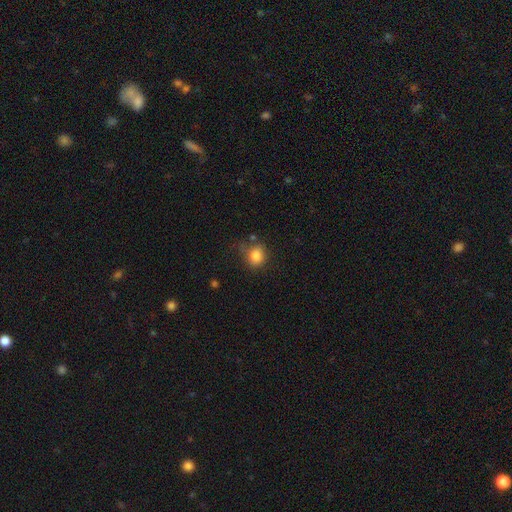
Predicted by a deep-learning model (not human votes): Smooth or featured: smooth — 83% (star or artifact — 11%)
How rounded: round — 71% (in between — 28%)
Merging: none — 63% (minor disturbance — 24%)